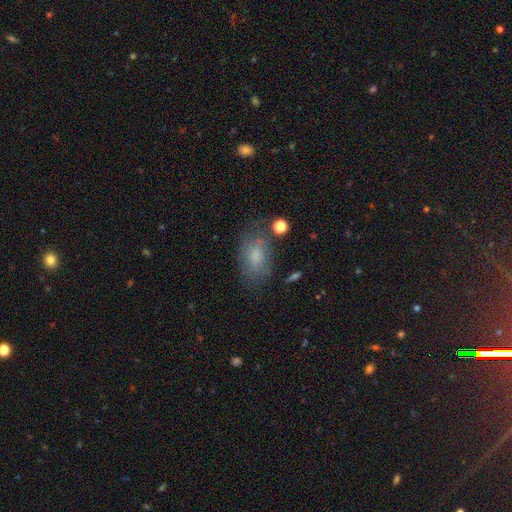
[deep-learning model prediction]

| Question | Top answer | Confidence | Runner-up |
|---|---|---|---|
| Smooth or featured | smooth | 70% | featured or disk (20%) |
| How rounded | in between | 89% | round (9%) |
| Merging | none | 62% | minor disturbance (23%) |